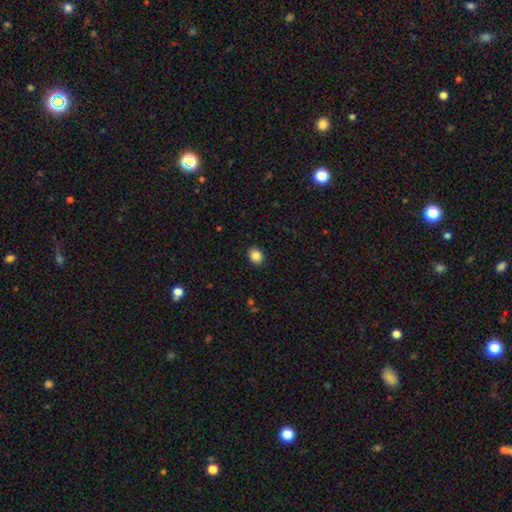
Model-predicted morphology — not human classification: A smooth galaxy with no disk features (86%) that is round (51%).

Vote fractions:
- Smooth or featured? smooth: 86% / star or artifact: 9% / featured or disk: 5%
- How rounded? round: 51% / in between: 48% / cigar-shaped: 1%
- Merging? none: 89% / minor disturbance: 8% / major disturbance: 2% / merger: 1%